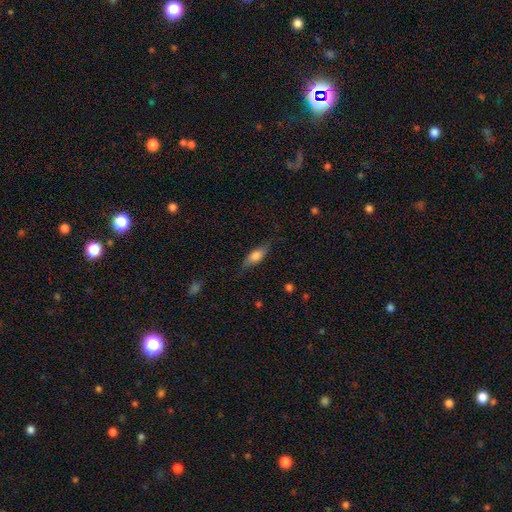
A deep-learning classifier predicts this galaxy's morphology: Smooth or featured? Predicted: smooth (p=0.65). How rounded? Predicted: in between (p=0.66). Merging? Predicted: none (p=0.73).